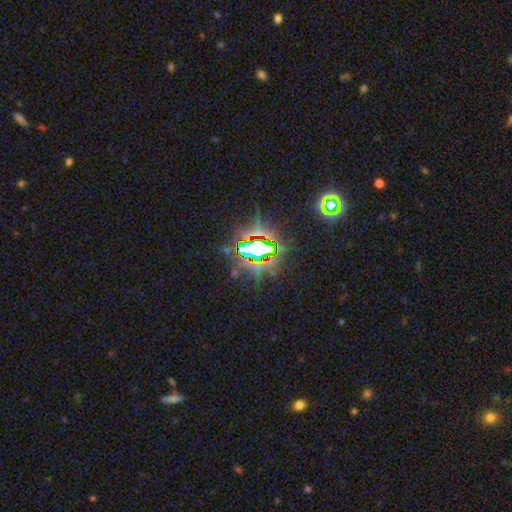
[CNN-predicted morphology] Smooth or featured?
  - star or artifact: 78% *
  - smooth: 12%
  - featured or disk: 10%